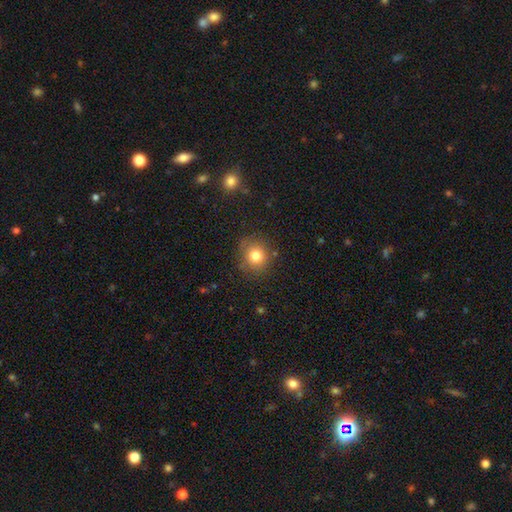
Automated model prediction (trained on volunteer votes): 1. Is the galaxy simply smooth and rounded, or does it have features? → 80% smooth, 12% star or artifact, 8% featured or disk.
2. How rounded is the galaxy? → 87% round, 12% in between, 1% cigar-shaped.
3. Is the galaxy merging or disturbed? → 81% none, 13% minor disturbance, 4% major disturbance, 2% merger.